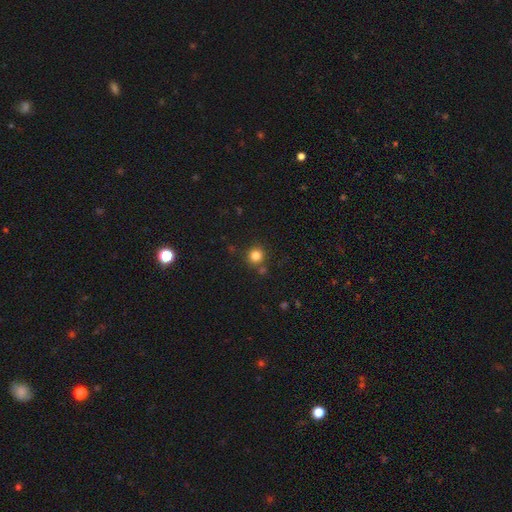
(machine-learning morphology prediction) A smooth galaxy with no disk features (82%) that is round (93%).

Vote fractions:
- Smooth or featured? smooth: 82% / star or artifact: 13% / featured or disk: 5%
- How rounded? round: 93% / in between: 6% / cigar-shaped: 1%
- Merging? none: 82% / minor disturbance: 8% / merger: 8% / major disturbance: 3%